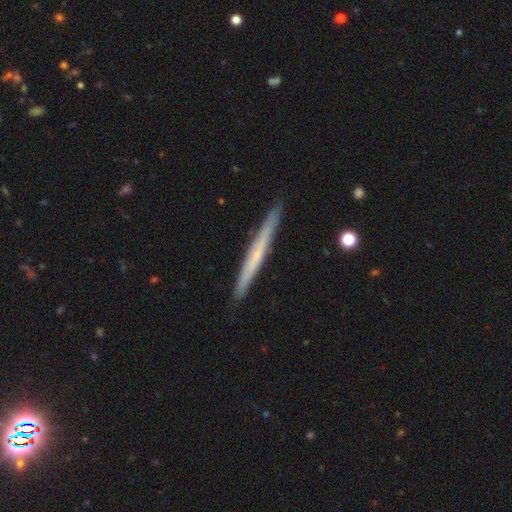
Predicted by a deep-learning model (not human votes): Smooth or featured: featured or disk — 51% (smooth — 43%)
Edge-on disk: yes — 96% (no — 4%)
Merging: none — 91% (minor disturbance — 7%)